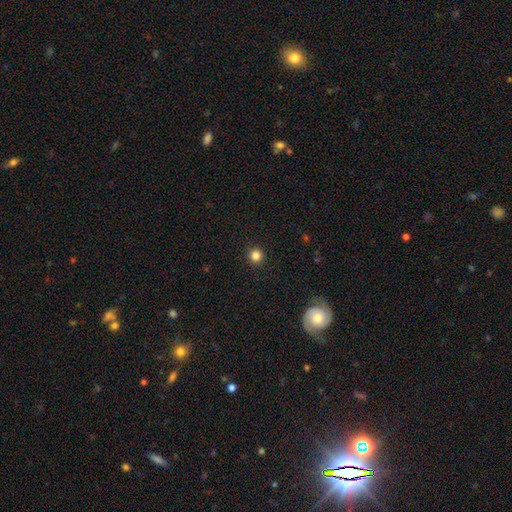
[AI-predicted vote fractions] The model was most divided on "smooth or featured": smooth: 83%, star or artifact: 12%, featured or disk: 4%. More confident: how rounded — round (95%); merging — none (93%).